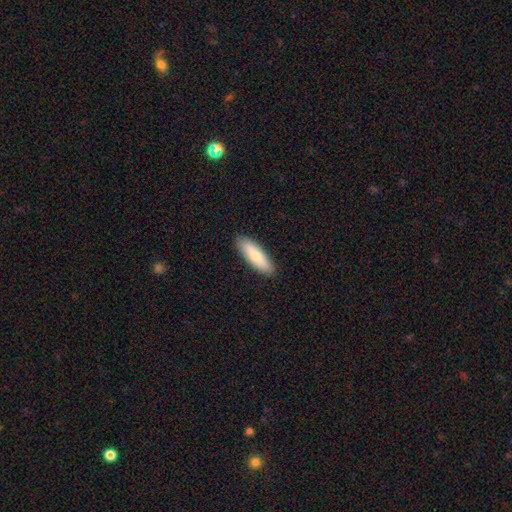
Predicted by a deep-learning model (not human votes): Smooth or featured: smooth — 80% (featured or disk — 14%)
How rounded: cigar-shaped — 53% (in between — 45%)
Merging: none — 90% (minor disturbance — 7%)